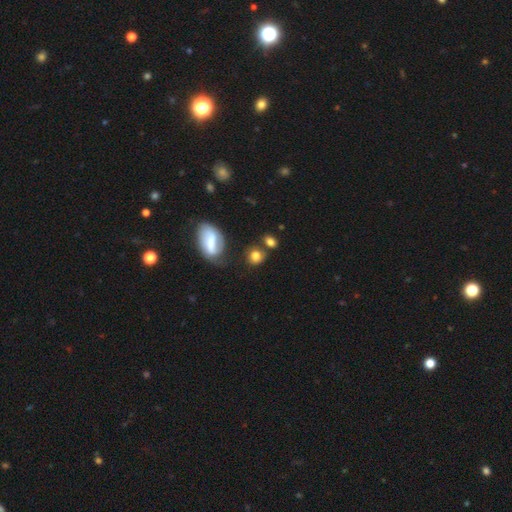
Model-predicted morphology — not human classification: Overall: smooth (75%). How rounded: round (71%). Merging: none (62%).